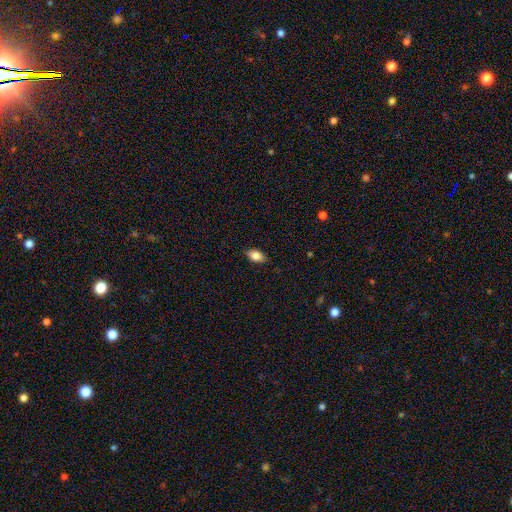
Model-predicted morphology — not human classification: The model was most divided on "smooth or featured": smooth: 81%, featured or disk: 11%, star or artifact: 8%. More confident: how rounded — in between (89%); merging — none (84%).